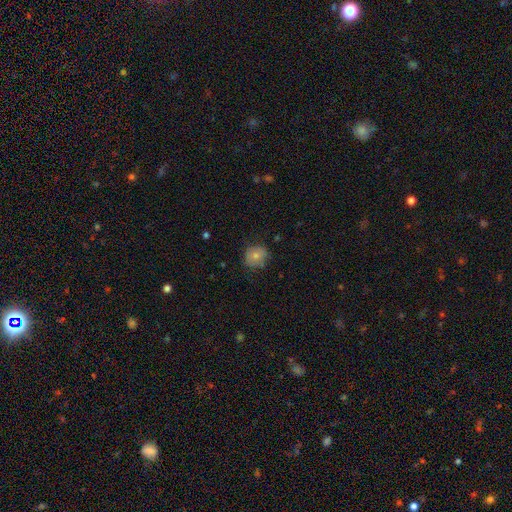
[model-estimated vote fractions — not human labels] smooth-or-featured: smooth: 74% | featured or disk: 16% | star or artifact: 10%
  how-rounded: round: 75% | in between: 24% | cigar-shaped: 1%
  merging: none: 74% | minor disturbance: 21% | major disturbance: 4% | merger: 1%